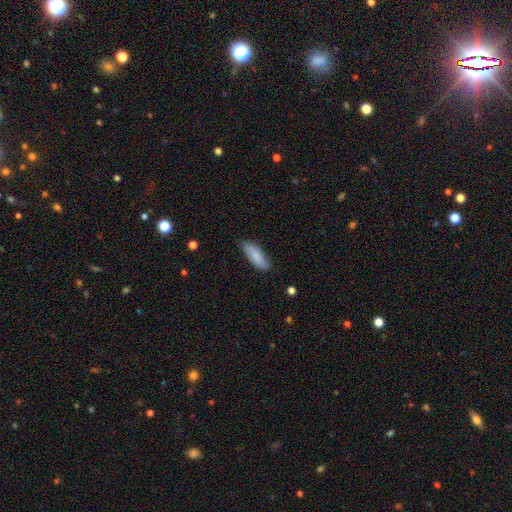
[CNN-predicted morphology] smooth 85%, featured or disk 9%, star or artifact 6%. Down the decision tree: how rounded — in between (67%); merging — none (83%).